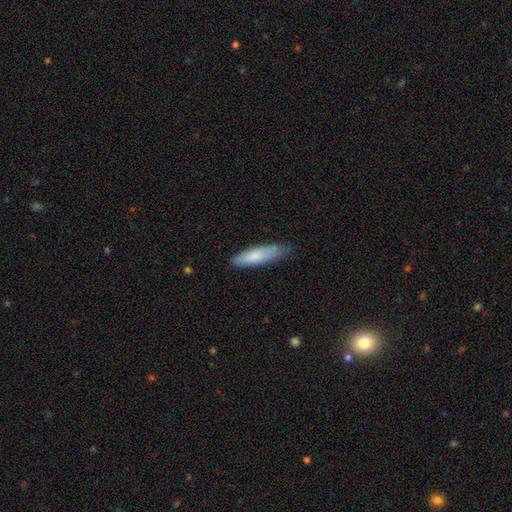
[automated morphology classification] Smooth or featured? Predicted: smooth (p=0.79). How rounded? Predicted: cigar-shaped (p=0.72). Merging? Predicted: none (p=0.70).